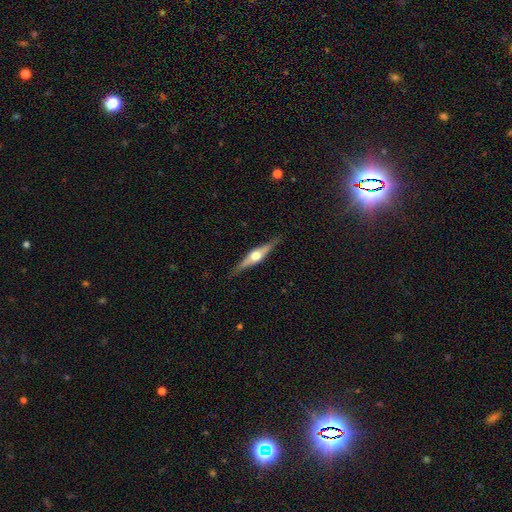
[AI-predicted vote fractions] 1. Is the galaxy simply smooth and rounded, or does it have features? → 77% featured or disk, 17% smooth, 5% star or artifact.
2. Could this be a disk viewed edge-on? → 97% yes, 3% no.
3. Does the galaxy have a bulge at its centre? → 94% rounded, 5% boxy, 2% none.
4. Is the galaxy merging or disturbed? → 88% none, 9% minor disturbance, 2% major disturbance, 1% merger.